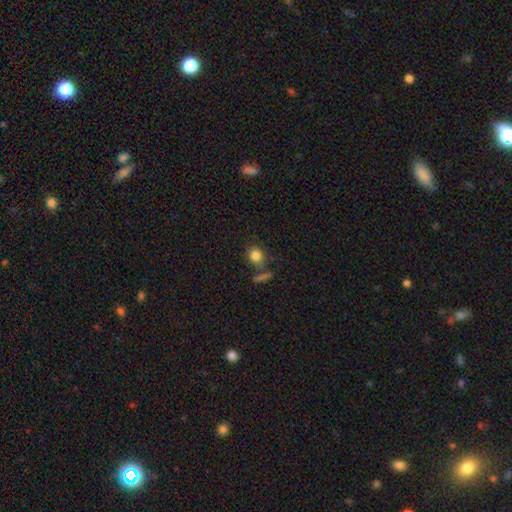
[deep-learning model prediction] Smooth or featured?
  - smooth: 82% *
  - star or artifact: 10%
  - featured or disk: 8%
How rounded?
  - round: 76% *
  - in between: 22%
  - cigar-shaped: 2%
Merging?
  - none: 68% *
  - minor disturbance: 14%
  - merger: 13%
  - major disturbance: 5%